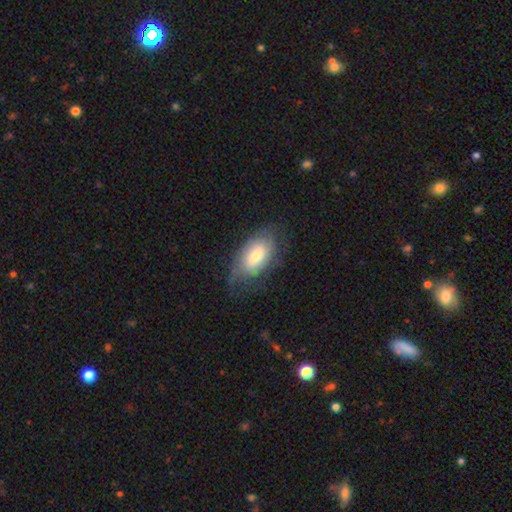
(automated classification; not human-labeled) smooth_or_featured: smooth (p=0.48) [alt: featured or disk p=0.44]
merging: none (p=0.61) [alt: minor disturbance p=0.25]